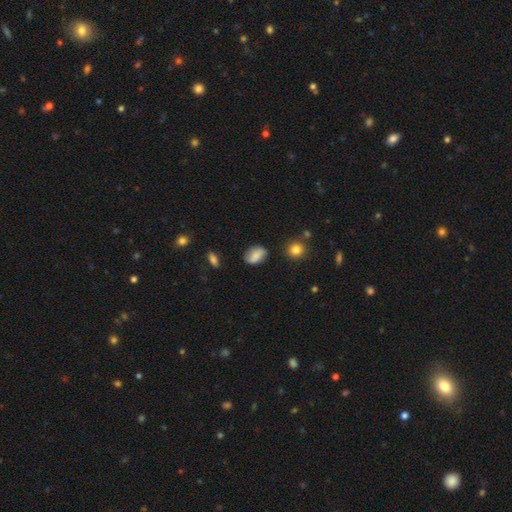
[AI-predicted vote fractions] Q: Smooth or featured?
A: smooth (72%); runner-up: featured or disk (19%)
Q: How rounded?
A: in between (79%); runner-up: round (18%)
Q: Merging?
A: none (75%); runner-up: minor disturbance (18%)